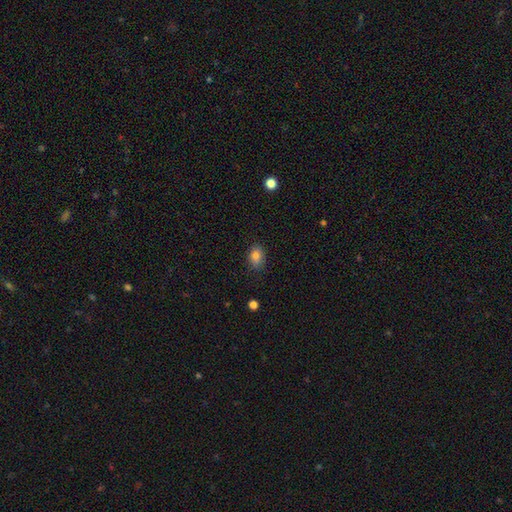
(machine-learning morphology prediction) This is clearly a smooth galaxy (83%). How rounded: likely in between (77%). Merging: clearly none (80%).